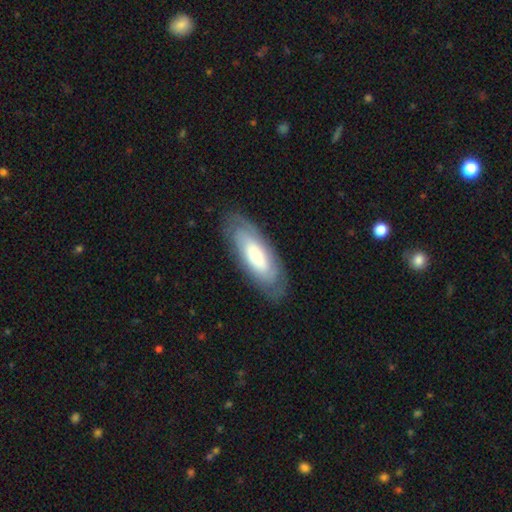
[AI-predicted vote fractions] A smooth galaxy with no disk features (48%).

Vote fractions:
- Smooth or featured? smooth: 48% / featured or disk: 46% / star or artifact: 6%
- Merging? none: 81% / minor disturbance: 14% / major disturbance: 4% / merger: 1%